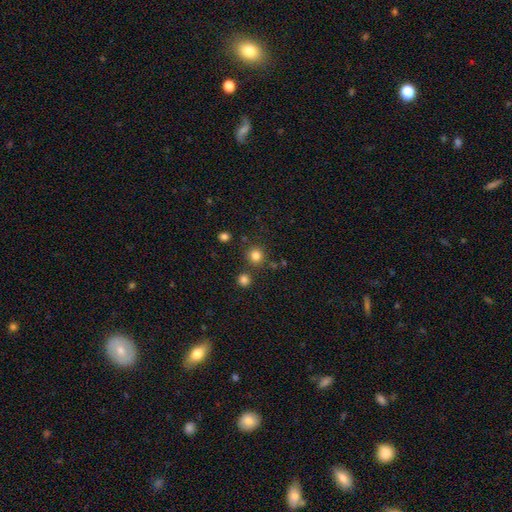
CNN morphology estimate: The model was most divided on "smooth or featured": smooth: 82%, star or artifact: 14%, featured or disk: 5%. More confident: how rounded — round (93%); merging — none (83%).